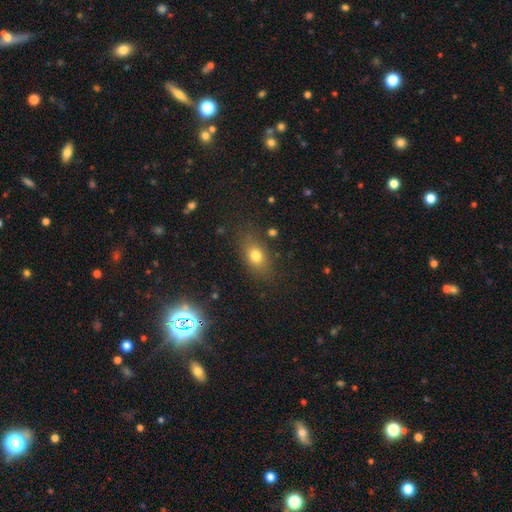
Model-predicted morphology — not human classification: type=smooth (76%); roundness=in between (72%); merging=none (78%).